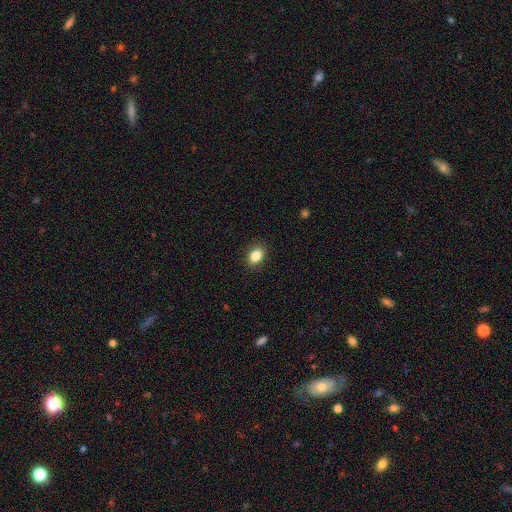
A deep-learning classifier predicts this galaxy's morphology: This appears to be a smooth galaxy with no disk features (85%) that is in between round and cigar-shaped (77%). Merging: none (88%).